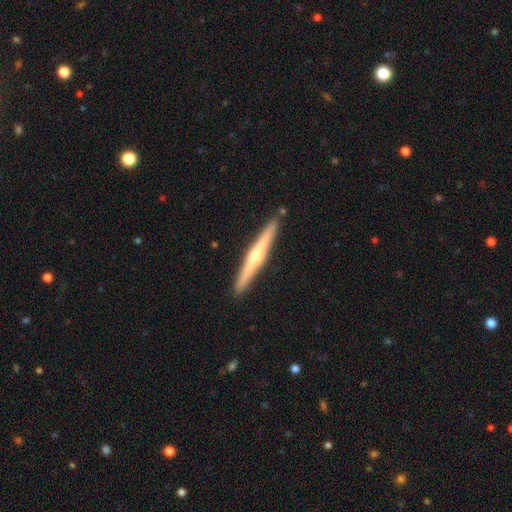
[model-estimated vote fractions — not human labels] This appears to be a featured or disk galaxy (67%) viewed edge-on (98%) with a rounded central bulge (81%). Merging: none (90%).